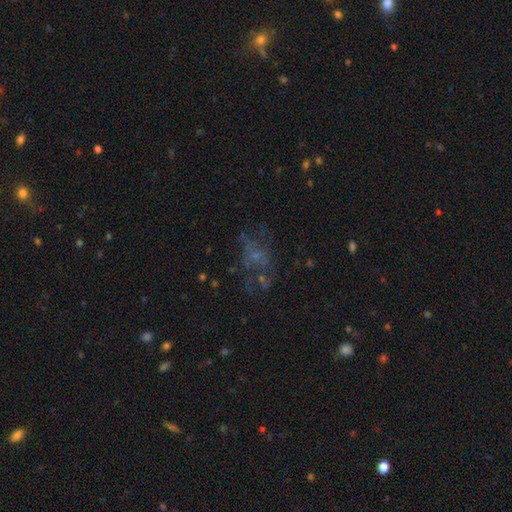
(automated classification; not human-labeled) Overall: featured or disk (47%; star or artifact 28%). Merging: none (47%; major disturbance 29%).